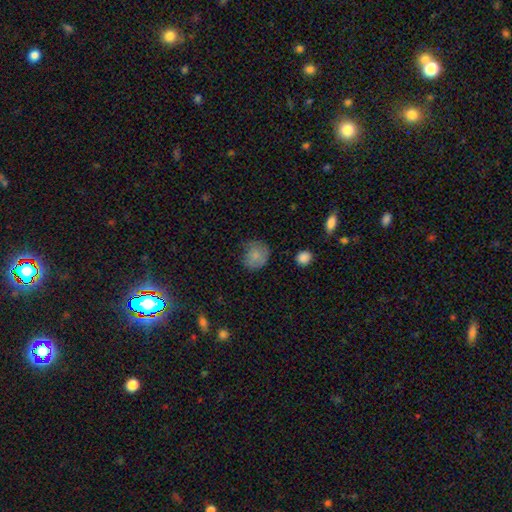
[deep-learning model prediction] Morphology: type=smooth (78%); roundness=round (78%); merging=none (58%).